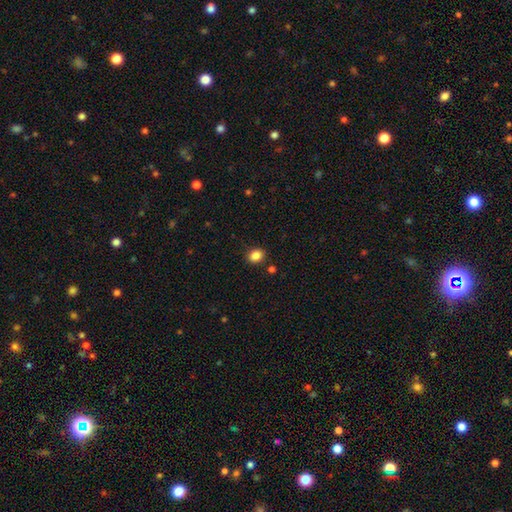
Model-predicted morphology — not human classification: This is clearly a smooth galaxy (86%). How rounded: possibly round (60%). Merging: clearly none (88%).